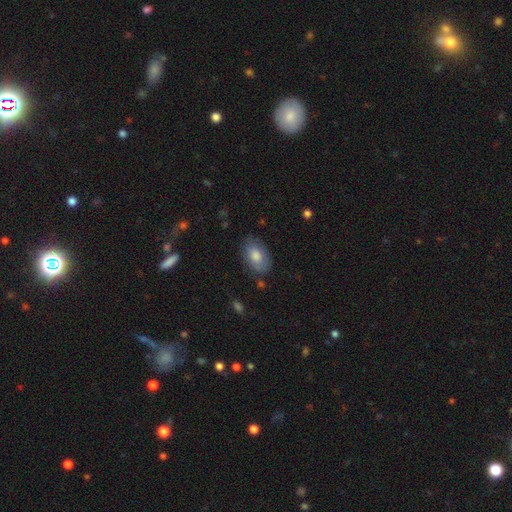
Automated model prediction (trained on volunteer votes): smooth-or-featured: smooth: 73% | featured or disk: 19% | star or artifact: 7%
  how-rounded: in between: 91% | round: 7% | cigar-shaped: 2%
  merging: none: 79% | minor disturbance: 16% | major disturbance: 4% | merger: 1%